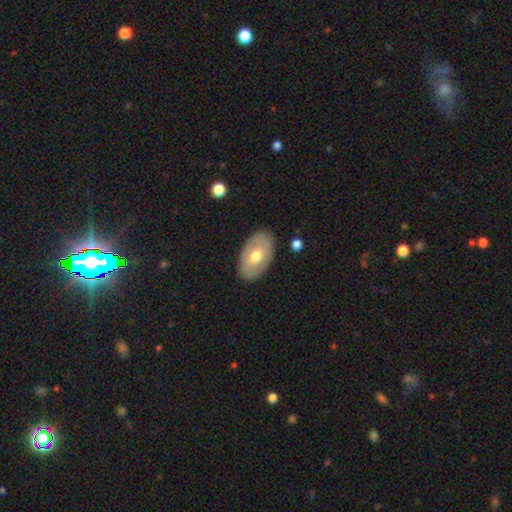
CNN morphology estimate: Smooth or featured?
  - smooth: 51% *
  - featured or disk: 43%
  - star or artifact: 6%
How rounded?
  - in between: 90% *
  - round: 8%
  - cigar-shaped: 1%
Merging?
  - none: 85% *
  - minor disturbance: 11%
  - major disturbance: 3%
  - merger: 1%